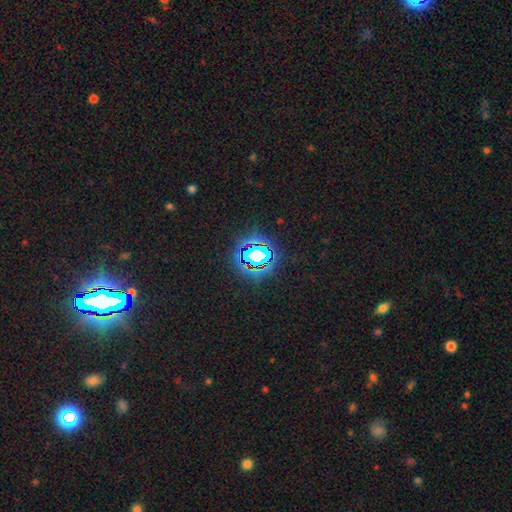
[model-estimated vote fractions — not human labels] The model was most divided on "smooth or featured": star or artifact: 70%, smooth: 16%, featured or disk: 13%.